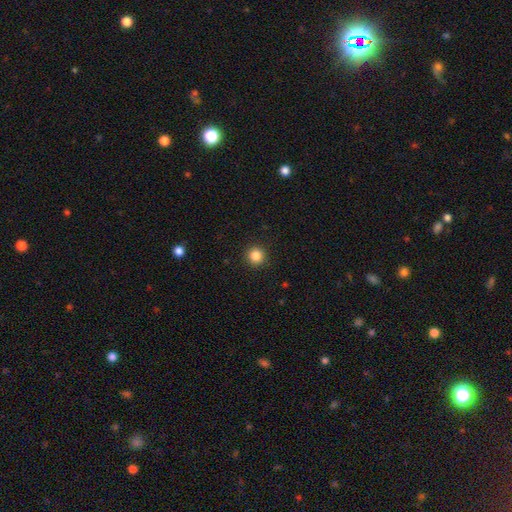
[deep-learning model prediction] Smooth or featured? smooth (85%)
How rounded? round (95%)
Merging? none (92%)